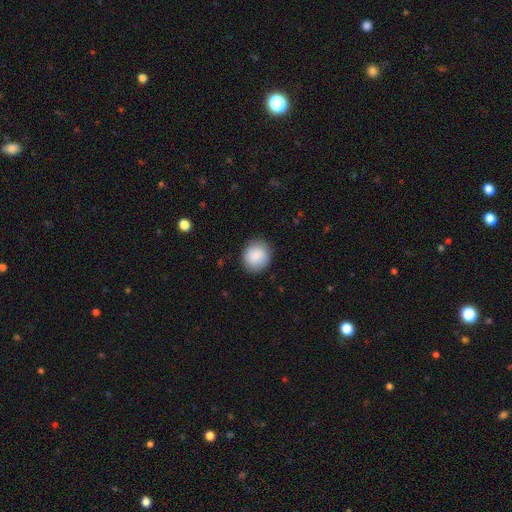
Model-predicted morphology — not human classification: smooth-or-featured: smooth: 88% | star or artifact: 7% | featured or disk: 5%
  how-rounded: round: 82% | in between: 17% | cigar-shaped: 1%
  merging: none: 87% | minor disturbance: 9% | major disturbance: 3% | merger: 1%